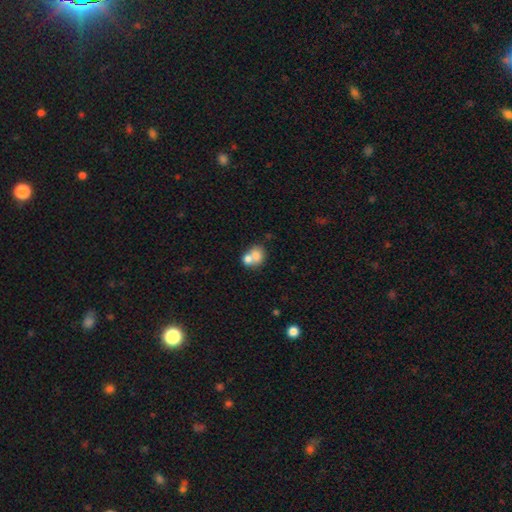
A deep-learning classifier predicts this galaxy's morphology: Smooth or featured: smooth — 73% (featured or disk — 17%)
How rounded: round — 61% (in between — 38%)
Merging: merger — 58% (none — 31%)